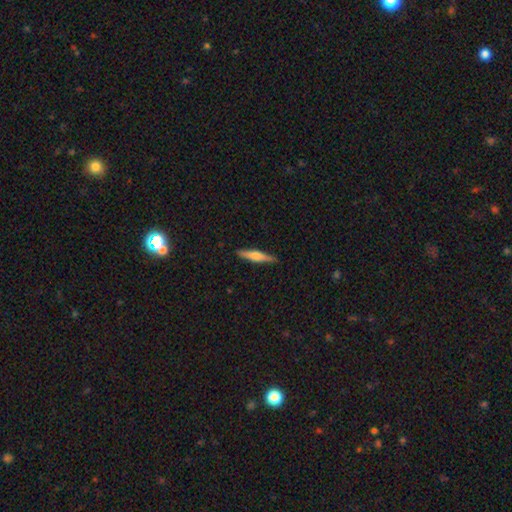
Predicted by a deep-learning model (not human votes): Smooth or featured: smooth — 48% (featured or disk — 46%)
Merging: none — 90% (minor disturbance — 7%)